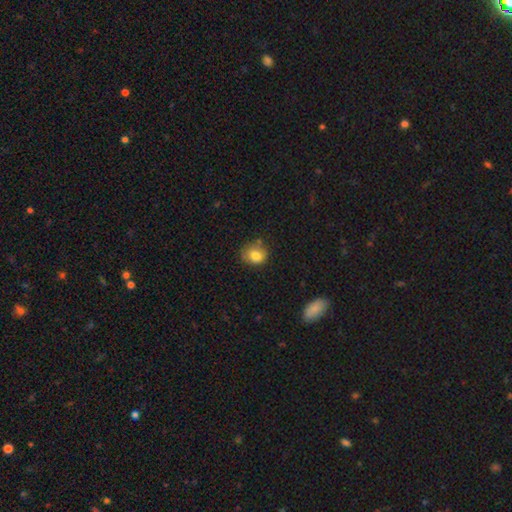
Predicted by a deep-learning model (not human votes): Smooth or featured: smooth — 80% (featured or disk — 10%)
How rounded: round — 65% (in between — 34%)
Merging: none — 68% (minor disturbance — 23%)